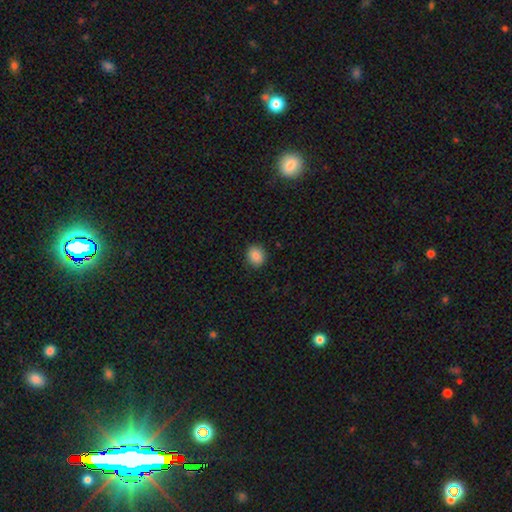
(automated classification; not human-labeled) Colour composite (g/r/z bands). It shows a smooth galaxy with no disk features (86%) that is round (73%). Merging: none (89%).